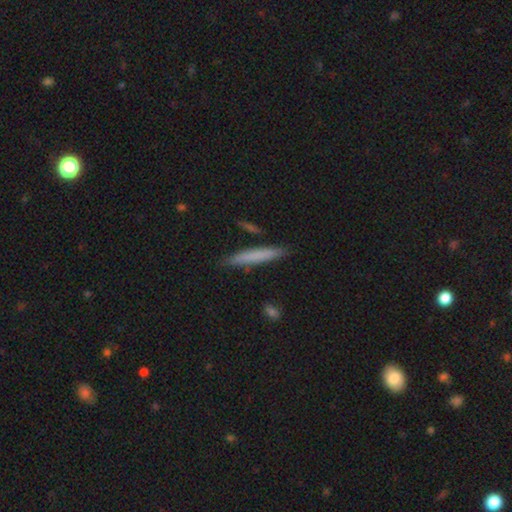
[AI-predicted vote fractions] A smooth galaxy with no disk features (72%) that is cigar-shaped (95%).

Vote fractions:
- Smooth or featured? smooth: 72% / featured or disk: 22% / star or artifact: 6%
- How rounded? cigar-shaped: 95% / in between: 3% / round: 1%
- Merging? none: 88% / minor disturbance: 8% / merger: 2% / major disturbance: 2%